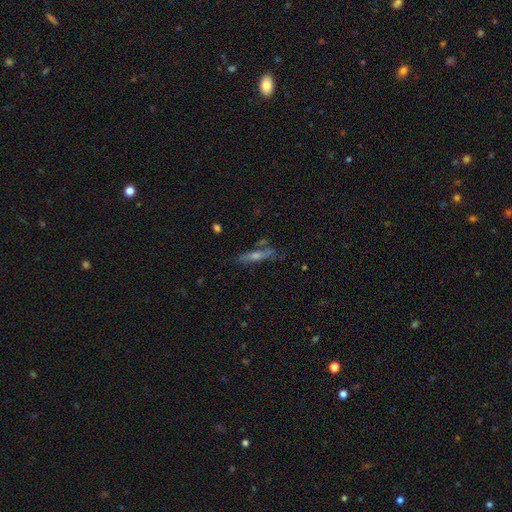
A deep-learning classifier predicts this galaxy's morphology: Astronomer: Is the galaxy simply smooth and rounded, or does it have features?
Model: featured or disk — 46% (runner-up: smooth, 41%).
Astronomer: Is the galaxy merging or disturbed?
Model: none — 70%.